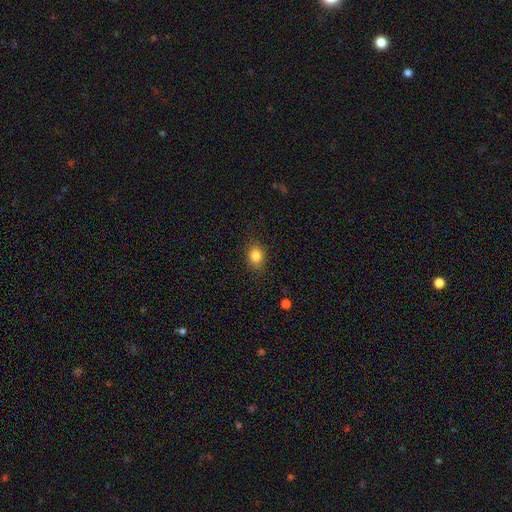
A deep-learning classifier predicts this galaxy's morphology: The model was most divided on "how rounded": in between: 53%, round: 46%, cigar-shaped: 1%. More confident: merging — none (85%); smooth or featured — smooth (83%).